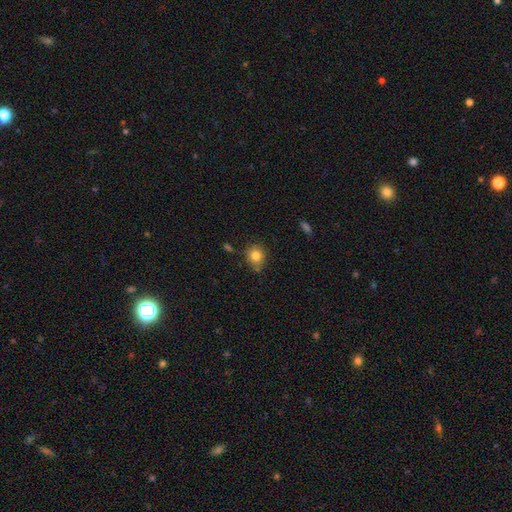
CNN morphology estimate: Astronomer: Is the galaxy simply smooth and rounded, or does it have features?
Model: smooth — 82%.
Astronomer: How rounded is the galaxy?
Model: round — 80%.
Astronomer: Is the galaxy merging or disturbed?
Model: none — 77%.